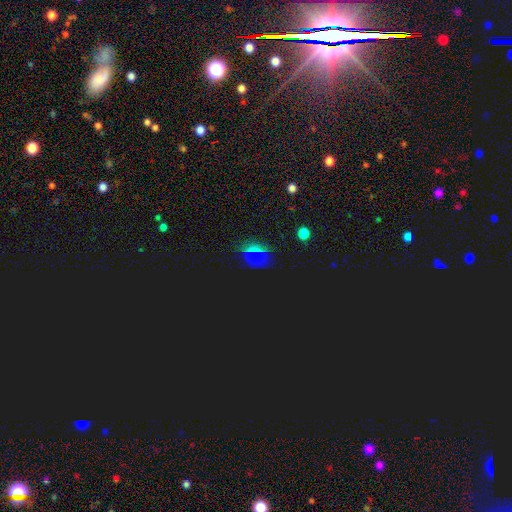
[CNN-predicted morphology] Smooth or featured? star or artifact (54%)